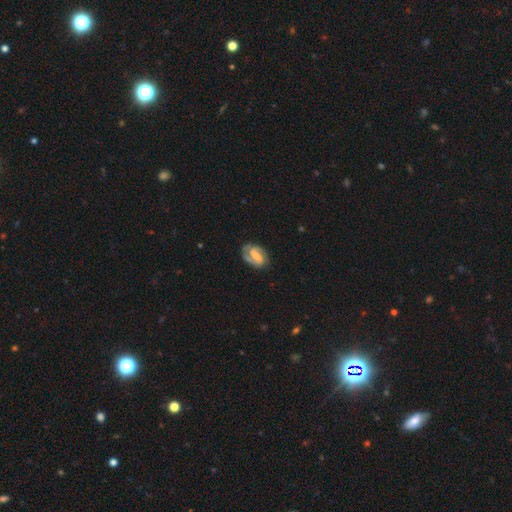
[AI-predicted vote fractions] Smooth or featured? featured or disk (82%)
Edge-on disk? no (97%)
Bar? weak (44%)
Spiral arms? yes (95%)
Spiral winding? medium (46%)
Spiral arm count? 2 (85%)
Bulge size? small (36%)
Merging? none (76%)